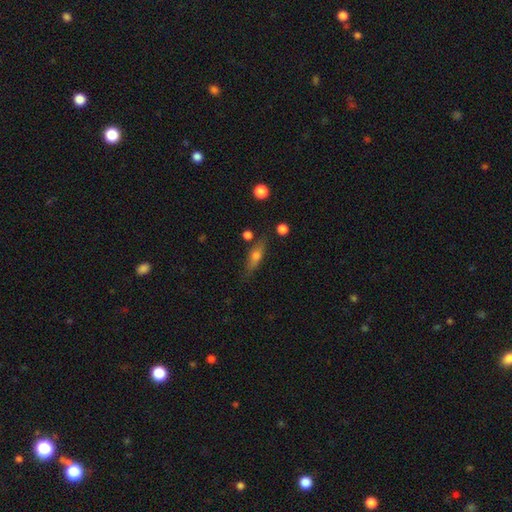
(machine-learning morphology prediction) This appears to be a smooth galaxy with no disk features (52%) that is cigar-shaped (52%). Merging: none (75%).